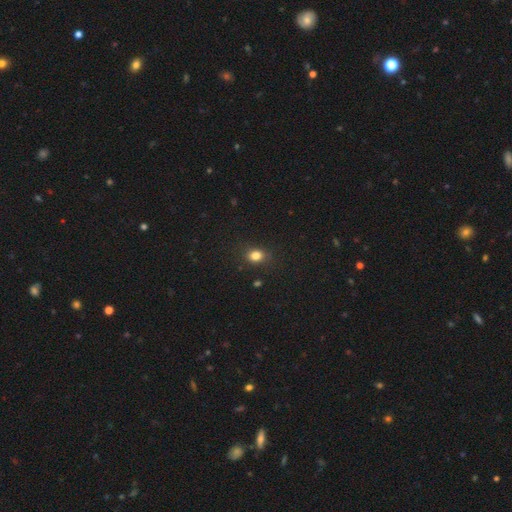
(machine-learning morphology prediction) smooth_or_featured: smooth (p=0.82) [alt: star or artifact p=0.12]
how_rounded: round (p=0.51) [alt: in between p=0.48]
merging: none (p=0.85) [alt: minor disturbance p=0.11]